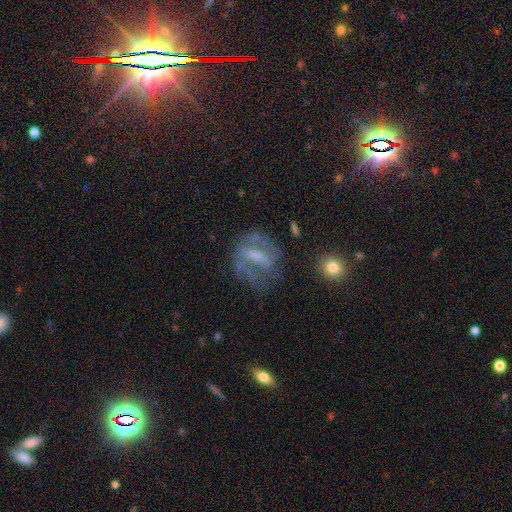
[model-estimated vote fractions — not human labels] Smooth or featured? featured or disk (62%)
Edge-on disk? no (93%)
Bar? weak (39%)
Spiral arms? no (51%)
Bulge size? small (35%)
Merging? none (46%)